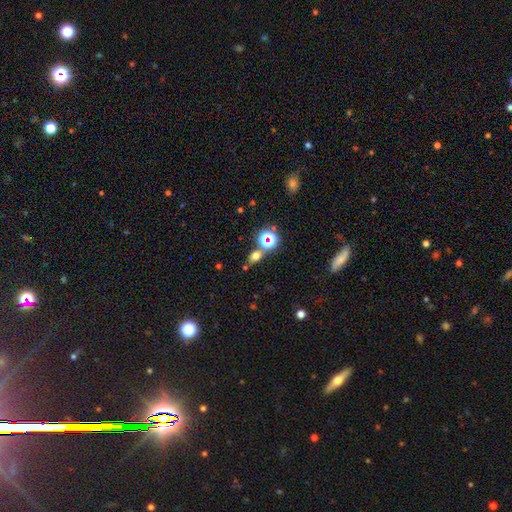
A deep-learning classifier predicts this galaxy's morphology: type=smooth (55%); roundness=in between (54%); merging=none (70%).